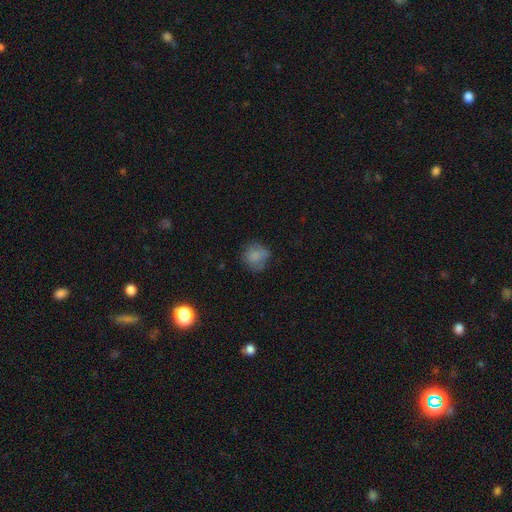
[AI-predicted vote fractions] The model was most divided on "merging": none: 65%, minor disturbance: 24%, major disturbance: 9%, merger: 2%. More confident: how rounded — round (84%); smooth or featured — smooth (78%).